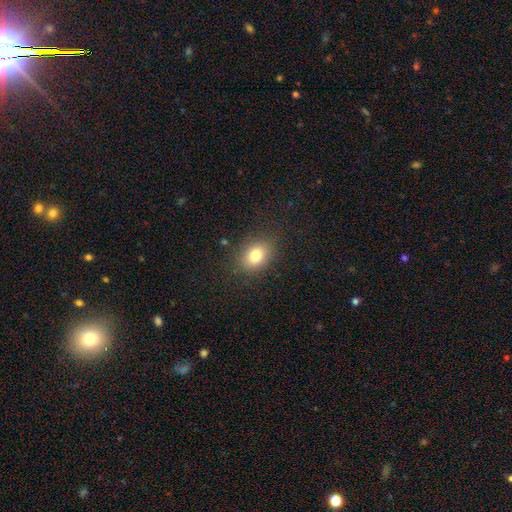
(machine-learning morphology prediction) type=smooth (79%); roundness=in between (67%); merging=none (83%).